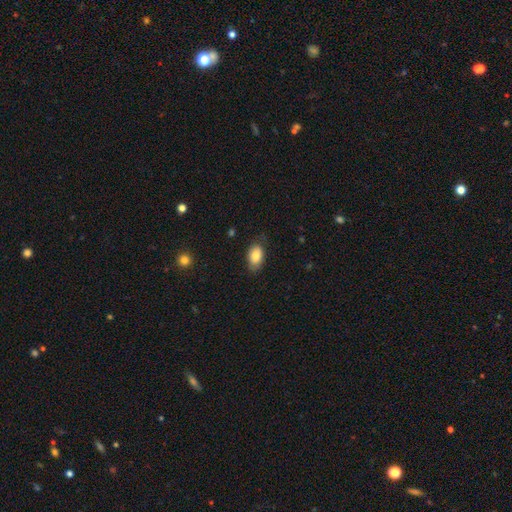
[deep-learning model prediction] smooth-or-featured: smooth: 83% | featured or disk: 10% | star or artifact: 7%
  how-rounded: in between: 90% | round: 8% | cigar-shaped: 2%
  merging: none: 76% | minor disturbance: 19% | major disturbance: 4% | merger: 1%